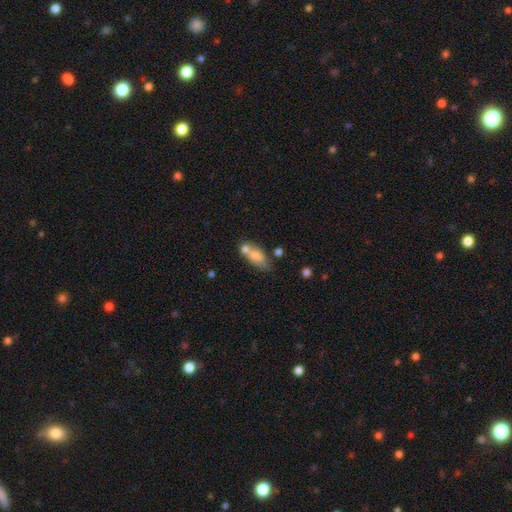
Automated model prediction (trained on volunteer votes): Overall: smooth (73%). How rounded: in between (81%). Merging: none (42%; merger 34%).